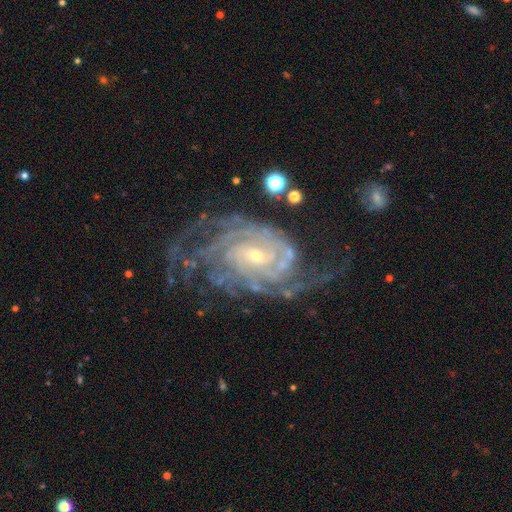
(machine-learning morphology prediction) This appears to be a featured or disk galaxy (91%) with no bar (58%), tight (68%) spiral arms (98%) and a small central bulge (77%). Merging: none (62%).